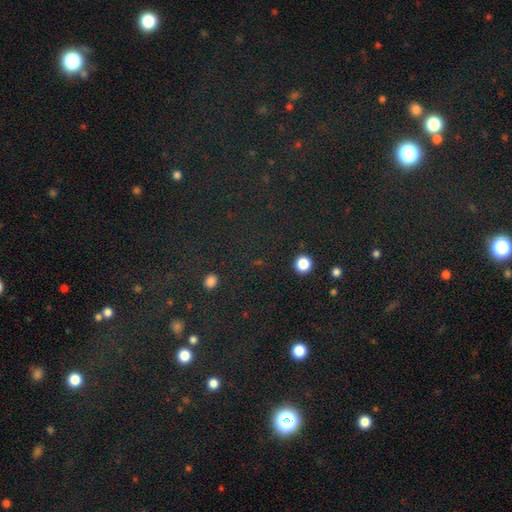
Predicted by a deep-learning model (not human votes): Morphology: type=star or artifact (74%).